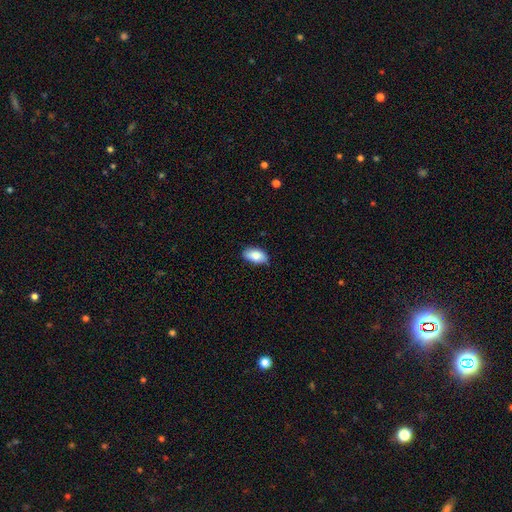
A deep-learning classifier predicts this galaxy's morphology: A smooth galaxy with no disk features (85%) that is in between round and cigar-shaped (93%).

Vote fractions:
- Smooth or featured? smooth: 85% / featured or disk: 8% / star or artifact: 7%
- How rounded? in between: 93% / round: 4% / cigar-shaped: 3%
- Merging? none: 75% / minor disturbance: 21% / major disturbance: 3% / merger: 1%